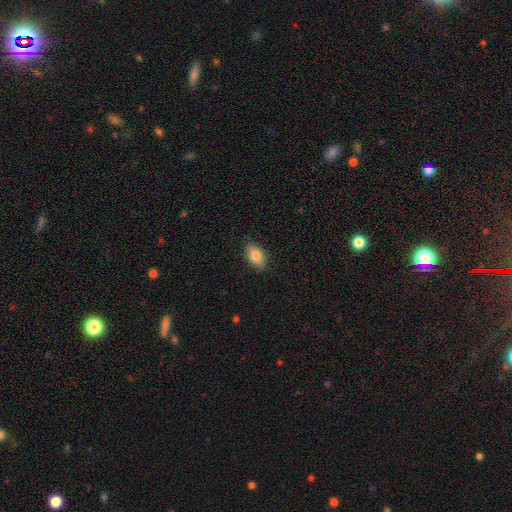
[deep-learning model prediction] Q: Smooth or featured?
A: smooth (77%); runner-up: featured or disk (16%)
Q: How rounded?
A: in between (86%); runner-up: cigar-shaped (8%)
Q: Merging?
A: none (87%); runner-up: minor disturbance (10%)